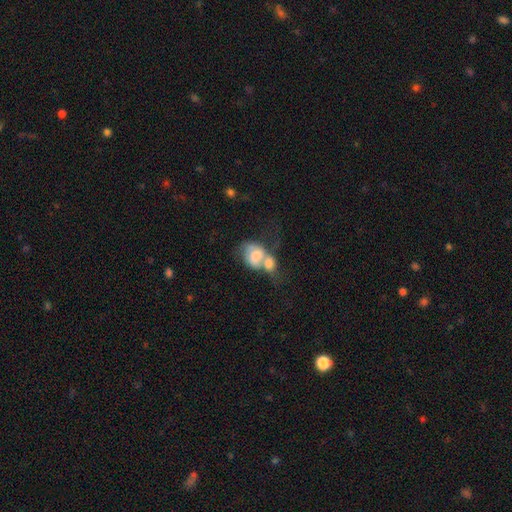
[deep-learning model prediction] Overall: smooth (56%; featured or disk 36%). How rounded: in between (60%; round 38%). Merging: merger (75%).